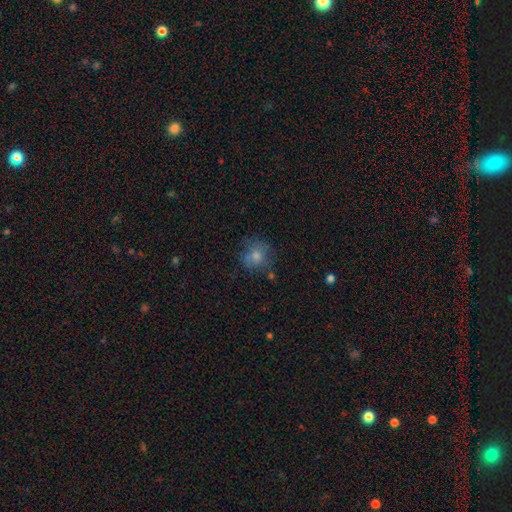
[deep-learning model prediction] Smooth or featured: smooth — 76% (featured or disk — 13%)
How rounded: round — 80% (in between — 19%)
Merging: none — 64% (minor disturbance — 21%)